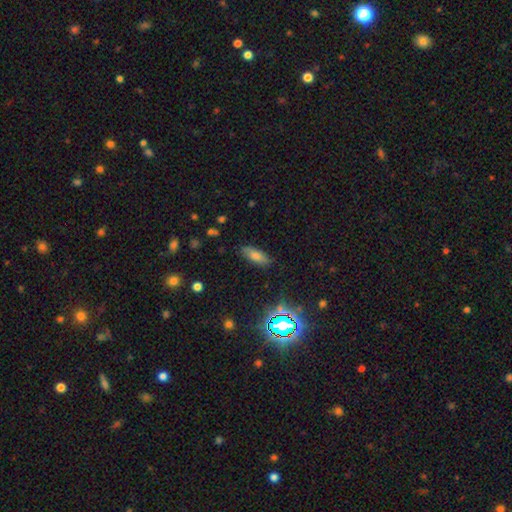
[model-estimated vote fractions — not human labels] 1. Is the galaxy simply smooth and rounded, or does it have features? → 69% smooth, 17% star or artifact, 14% featured or disk.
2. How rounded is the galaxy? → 74% in between, 22% cigar-shaped, 4% round.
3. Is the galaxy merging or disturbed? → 84% none, 12% minor disturbance, 3% major disturbance, 2% merger.